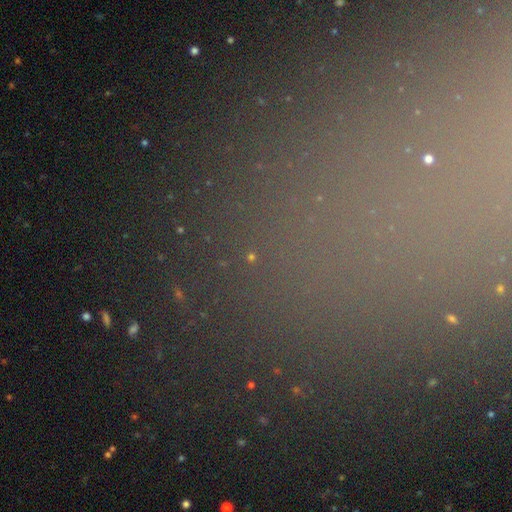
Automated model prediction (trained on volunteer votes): This appears to be a star or artifact, not a galaxy (74%).